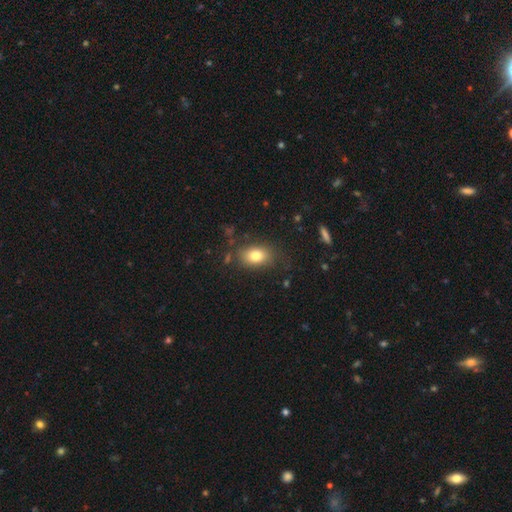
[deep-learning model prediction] A smooth galaxy with no disk features (78%) that is in between round and cigar-shaped (78%).

Vote fractions:
- Smooth or featured? smooth: 78% / featured or disk: 12% / star or artifact: 10%
- How rounded? in between: 78% / round: 20% / cigar-shaped: 2%
- Merging? none: 77% / minor disturbance: 15% / major disturbance: 5% / merger: 2%